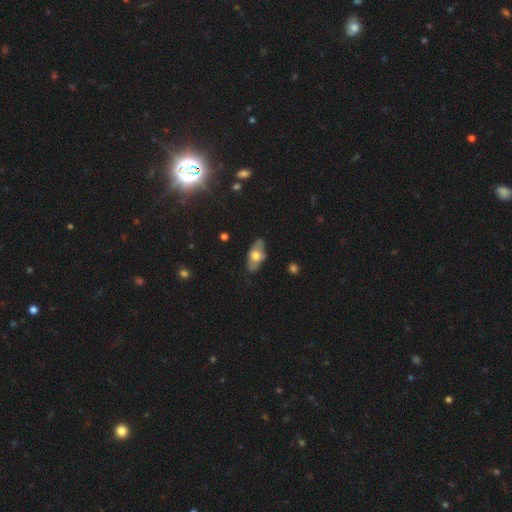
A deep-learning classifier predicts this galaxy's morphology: A smooth galaxy with no disk features (54%) that is in between round and cigar-shaped (88%).

Vote fractions:
- Smooth or featured? smooth: 54% / featured or disk: 39% / star or artifact: 6%
- How rounded? in between: 88% / cigar-shaped: 8% / round: 4%
- Merging? none: 77% / minor disturbance: 18% / major disturbance: 4% / merger: 1%